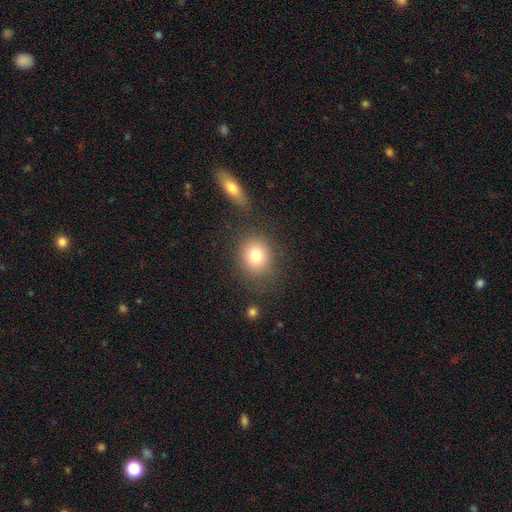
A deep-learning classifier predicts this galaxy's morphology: Smooth or featured: smooth — 79% (star or artifact — 11%)
How rounded: round — 71% (in between — 28%)
Merging: none — 79% (minor disturbance — 11%)